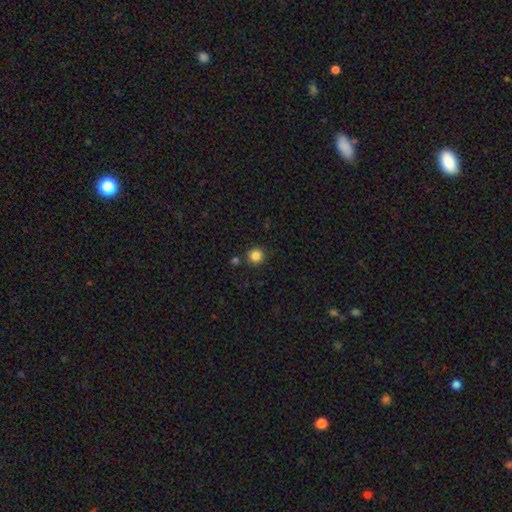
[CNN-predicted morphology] smooth 85%, star or artifact 11%, featured or disk 3%. Down the decision tree: how rounded — round (94%); merging — none (86%).